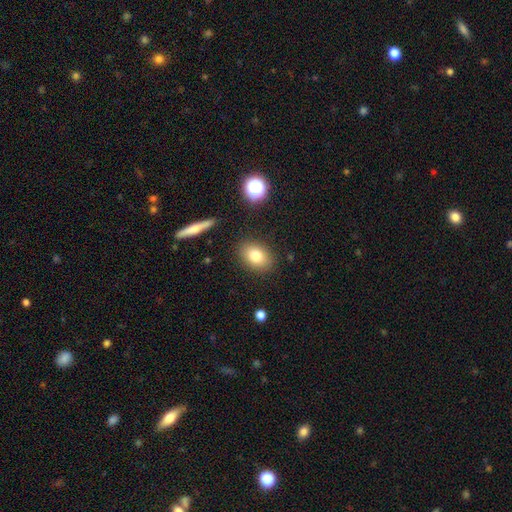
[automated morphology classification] This is likely a smooth galaxy (80%). How rounded: likely in between (73%). Merging: clearly none (86%).